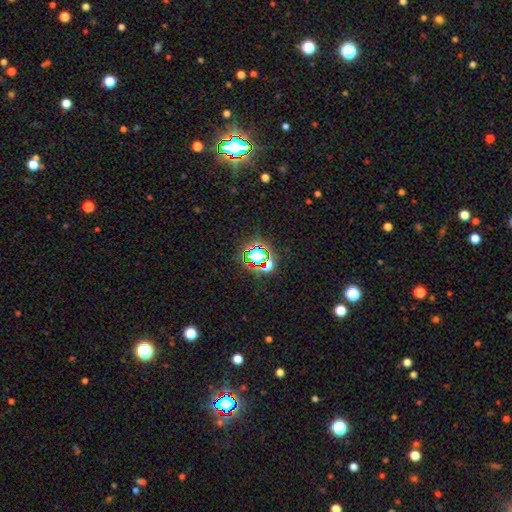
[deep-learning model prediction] Smooth or featured: star or artifact — 67% (smooth — 22%)